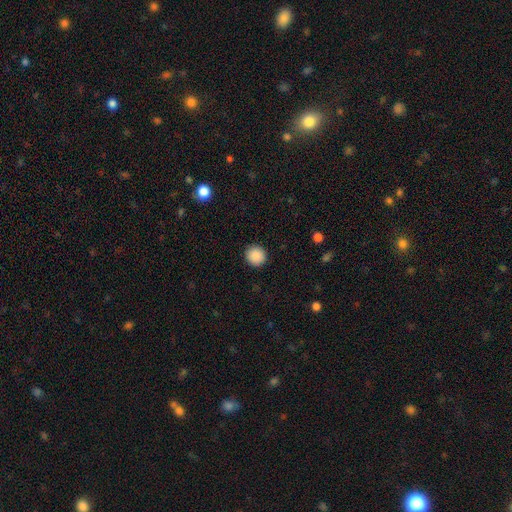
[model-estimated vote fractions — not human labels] Smooth or featured?
  - smooth: 89% *
  - star or artifact: 8%
  - featured or disk: 2%
How rounded?
  - round: 92% *
  - in between: 7%
  - cigar-shaped: 1%
Merging?
  - none: 92% *
  - minor disturbance: 6%
  - major disturbance: 2%
  - merger: 1%